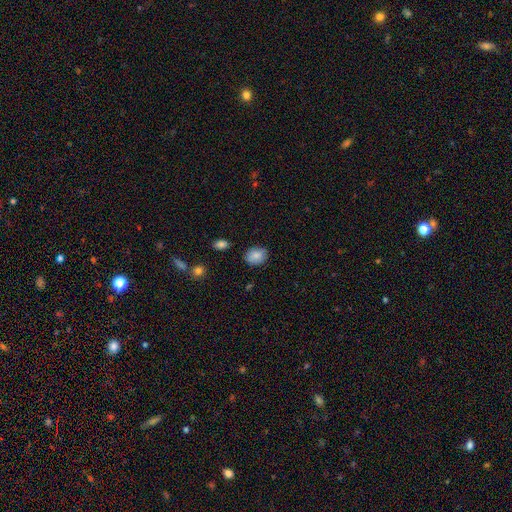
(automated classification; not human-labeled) This is clearly a smooth galaxy (85%). How rounded: possibly in between (59%). Merging: clearly none (80%).